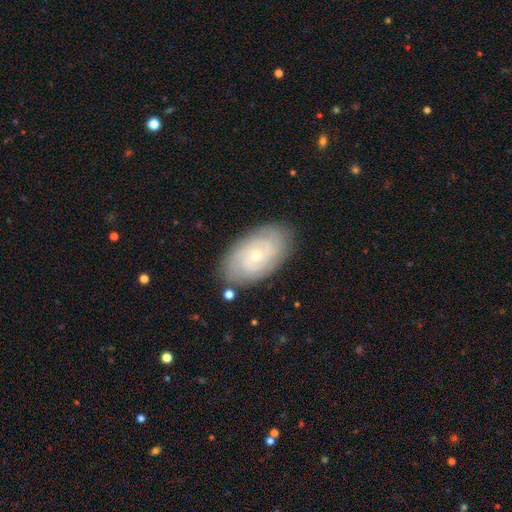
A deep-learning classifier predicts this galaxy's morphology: Smooth or featured? featured or disk (69%)
Edge-on disk? no (95%)
Bar? no (77%)
Spiral arms? yes (88%)
Spiral winding? tight (70%)
Spiral arm count? can't tell (43%)
Bulge size? small (74%)
Merging? none (83%)